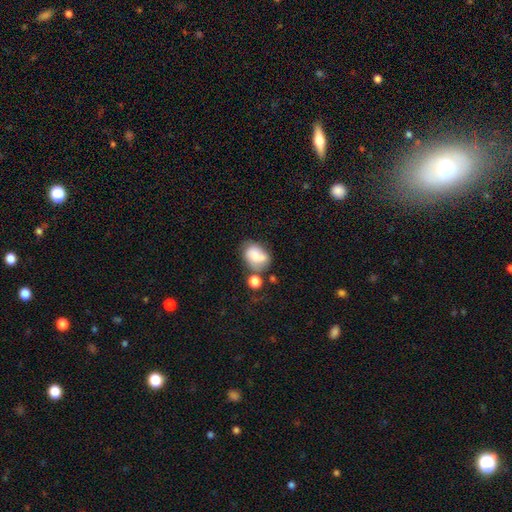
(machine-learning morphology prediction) smooth-or-featured: smooth: 71% | featured or disk: 20% | star or artifact: 10%
  how-rounded: in between: 71% | round: 28% | cigar-shaped: 1%
  merging: none: 39% | merger: 25% | minor disturbance: 24% | major disturbance: 12%